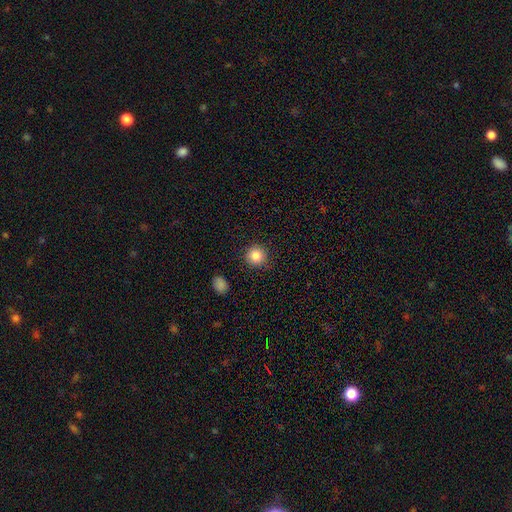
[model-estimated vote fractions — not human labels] smooth_or_featured: smooth (p=0.84) [alt: star or artifact p=0.10]
how_rounded: round (p=0.94) [alt: in between p=0.05]
merging: none (p=0.88) [alt: minor disturbance p=0.08]